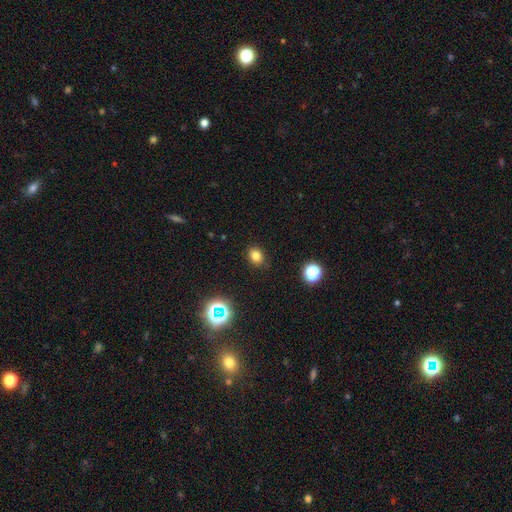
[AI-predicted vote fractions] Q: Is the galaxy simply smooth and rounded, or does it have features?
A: smooth — 78%.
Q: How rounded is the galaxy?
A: round — 55%.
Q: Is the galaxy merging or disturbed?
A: none — 86%.